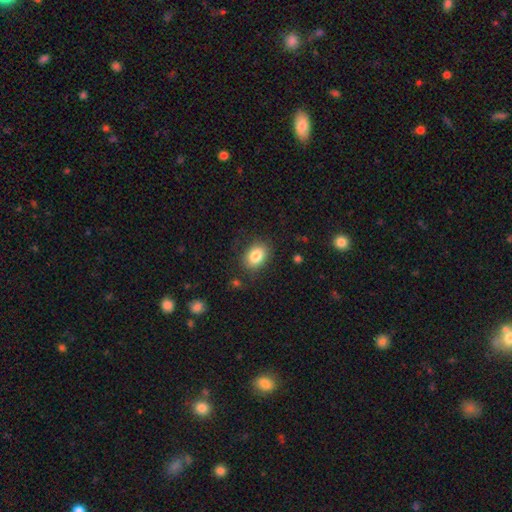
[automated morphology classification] A smooth galaxy with no disk features (83%) that is in between round and cigar-shaped (71%). Merging: none (83%).